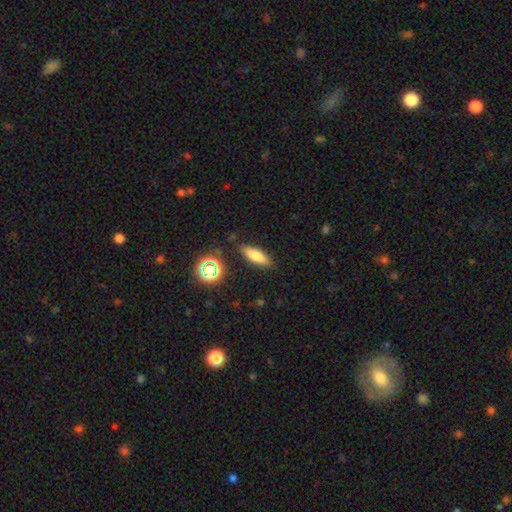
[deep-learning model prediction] smooth-or-featured: smooth: 65% | featured or disk: 23% | star or artifact: 11%
  how-rounded: cigar-shaped: 48% | in between: 47% | round: 5%
  merging: none: 85% | minor disturbance: 10% | major disturbance: 3% | merger: 3%